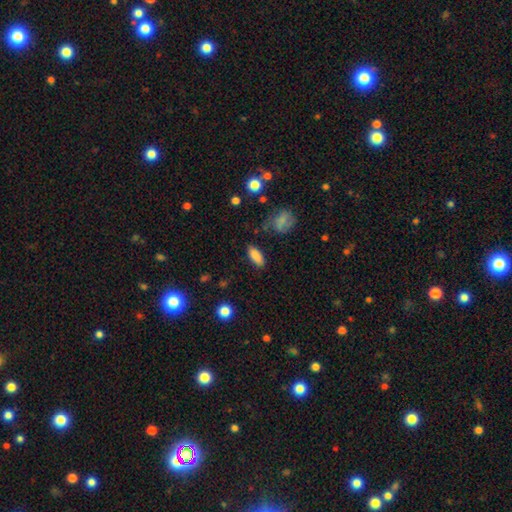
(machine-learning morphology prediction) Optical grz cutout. It shows a smooth galaxy with no disk features (86%) that is in between round and cigar-shaped (81%). Merging: none (84%).